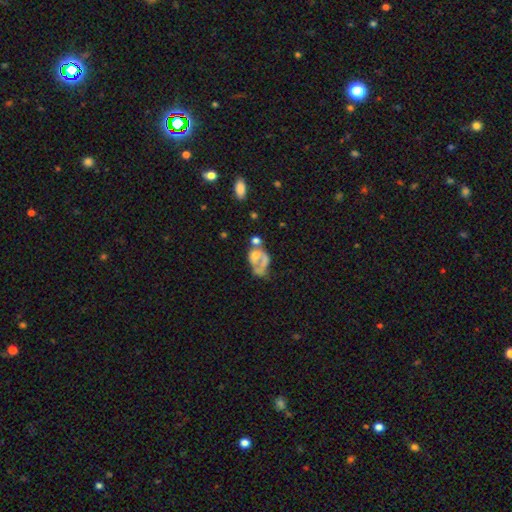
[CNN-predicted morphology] Smooth or featured? Predicted: featured or disk (p=0.48). Merging? Predicted: merger (p=0.35).